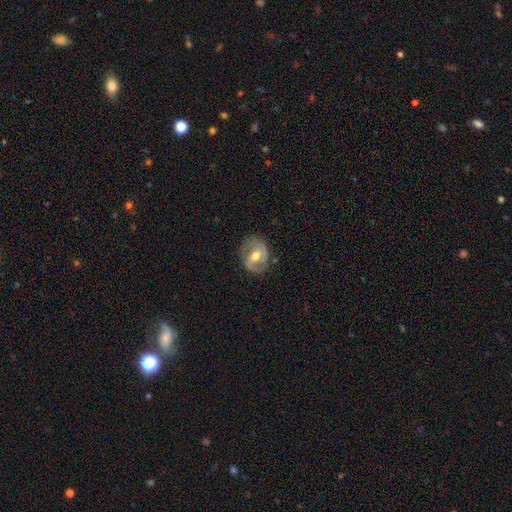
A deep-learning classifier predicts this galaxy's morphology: type=featured or disk (71%); edge-on=no (96%); bar=weak (44%); spiral arms=yes (81%); winding=medium (46%); arm count=2 (79%); bulge=moderate (76%); merging=none (72%).